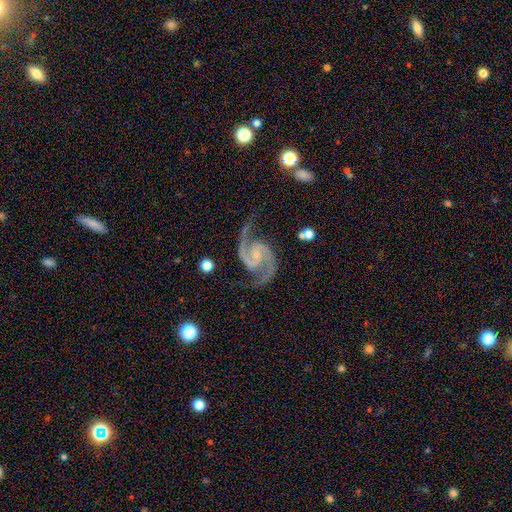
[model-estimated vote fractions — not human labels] A featured or disk galaxy (95%) with no bar (48%), 2 (94%) medium (67%) spiral arms (99%) and a small central bulge (71%). Merging: none (75%).